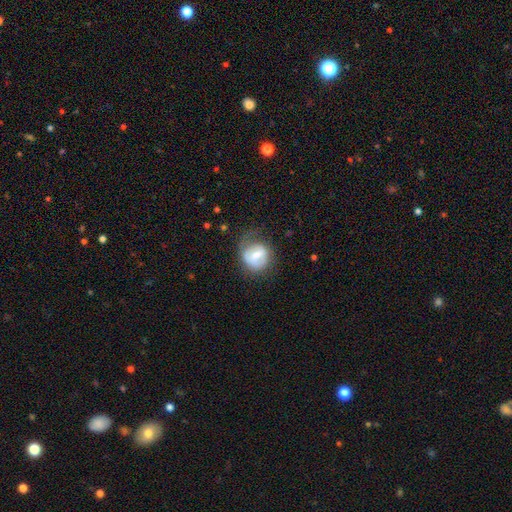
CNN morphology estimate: Smooth or featured? Predicted: smooth (p=0.48). Merging? Predicted: none (p=0.50).